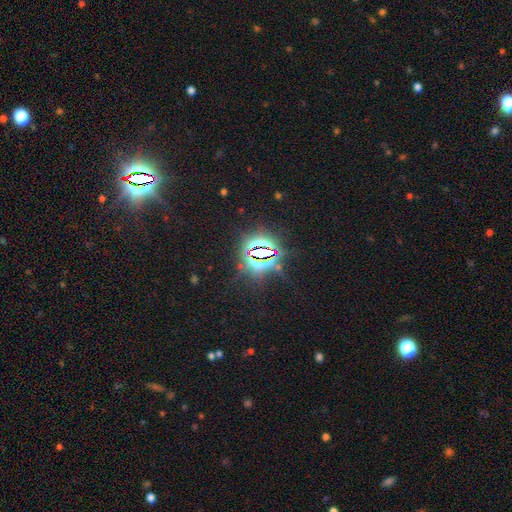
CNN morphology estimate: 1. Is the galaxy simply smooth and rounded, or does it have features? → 81% star or artifact, 11% smooth, 8% featured or disk.